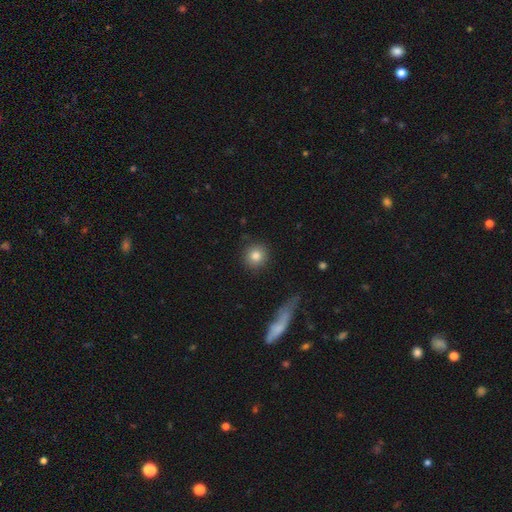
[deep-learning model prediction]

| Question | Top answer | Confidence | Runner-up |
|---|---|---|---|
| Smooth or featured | smooth | 83% | star or artifact (9%) |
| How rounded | round | 92% | in between (7%) |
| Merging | none | 88% | minor disturbance (7%) |